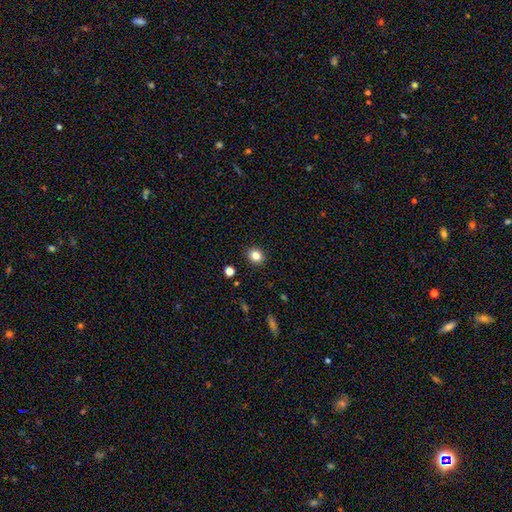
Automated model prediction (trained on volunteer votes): A smooth galaxy with no disk features (83%) that is round (80%). Merging: none (91%).